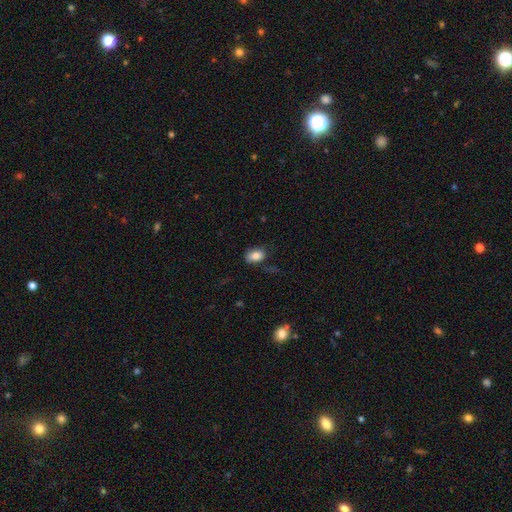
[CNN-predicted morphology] smooth 84%, star or artifact 8%, featured or disk 7%. Down the decision tree: how rounded — in between (85%); merging — none (69%).